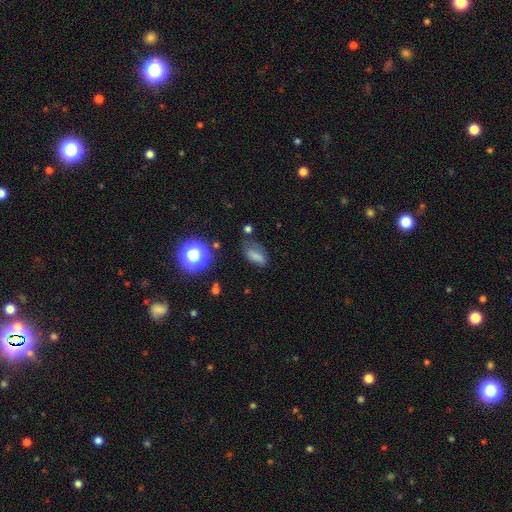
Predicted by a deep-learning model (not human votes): Smooth or featured: smooth — 69% (star or artifact — 16%)
How rounded: in between — 81% (round — 10%)
Merging: none — 46% (minor disturbance — 31%)